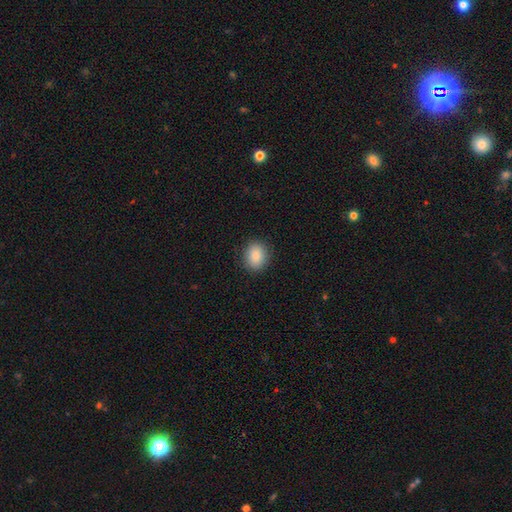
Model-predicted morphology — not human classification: A smooth galaxy with no disk features (87%) that is round (60%). Merging: none (90%).